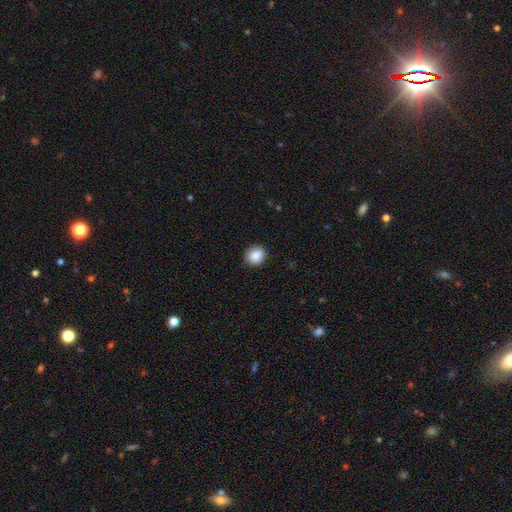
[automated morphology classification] smooth 88%, star or artifact 9%, featured or disk 3%. Down the decision tree: how rounded — round (80%); merging — none (88%).